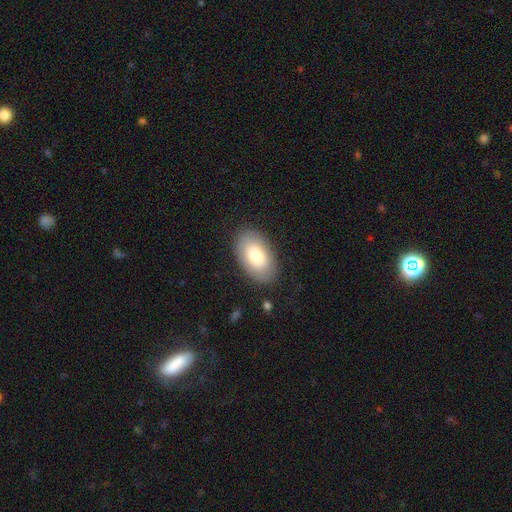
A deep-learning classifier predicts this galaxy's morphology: Overall: smooth (76%). How rounded: in between (93%). Merging: none (85%).